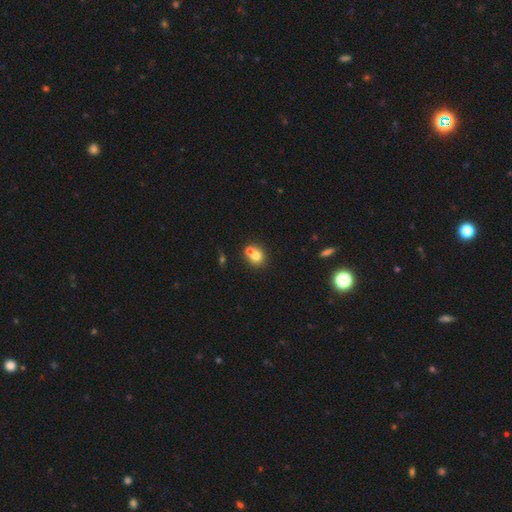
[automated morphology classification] This is likely a smooth galaxy (71%). How rounded: clearly round (82%). Merging: possibly merger (49%).